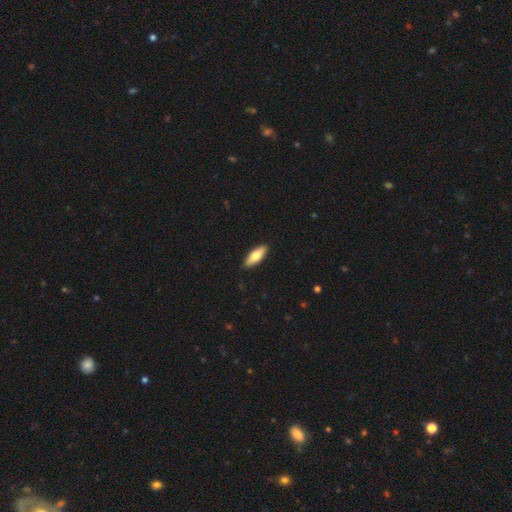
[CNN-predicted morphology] A smooth galaxy with no disk features (68%) that is in between round and cigar-shaped (63%).

Vote fractions:
- Smooth or featured? smooth: 68% / featured or disk: 26% / star or artifact: 5%
- How rounded? in between: 63% / cigar-shaped: 34% / round: 2%
- Merging? none: 90% / minor disturbance: 8% / major disturbance: 2% / merger: 1%